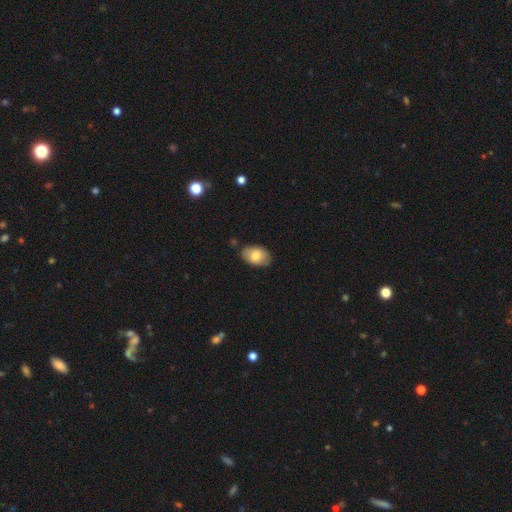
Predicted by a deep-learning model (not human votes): smooth_or_featured: smooth (p=0.78) [alt: featured or disk p=0.15]
how_rounded: in between (p=0.90) [alt: round p=0.09]
merging: none (p=0.78) [alt: minor disturbance p=0.17]